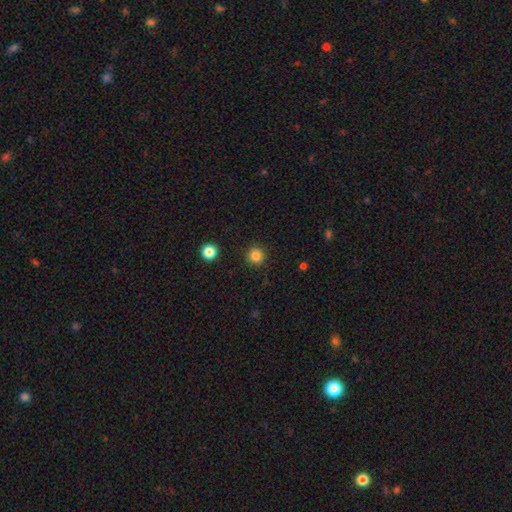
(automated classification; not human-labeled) Smooth or featured? Predicted: smooth (p=0.83). How rounded? Predicted: round (p=0.96). Merging? Predicted: none (p=0.92).